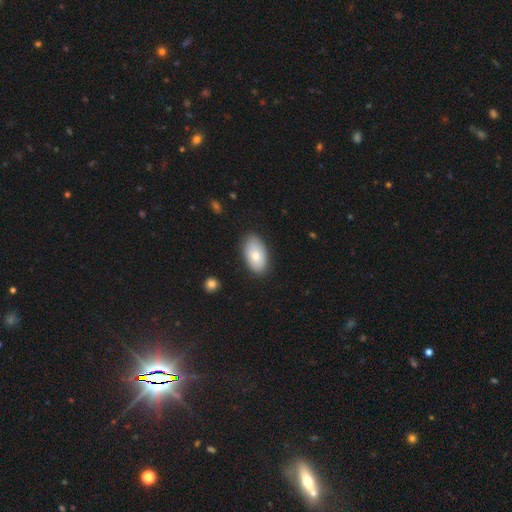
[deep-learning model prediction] This is likely a smooth galaxy (78%). How rounded: clearly in between (95%). Merging: clearly none (86%).